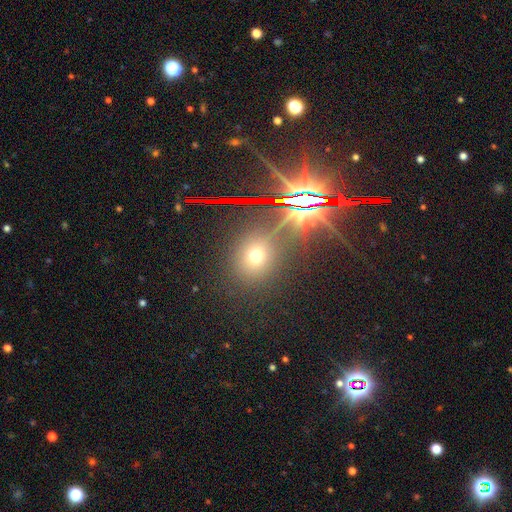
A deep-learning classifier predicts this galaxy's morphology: Overall: smooth (58%; star or artifact 32%). How rounded: round (69%). Merging: none (78%).